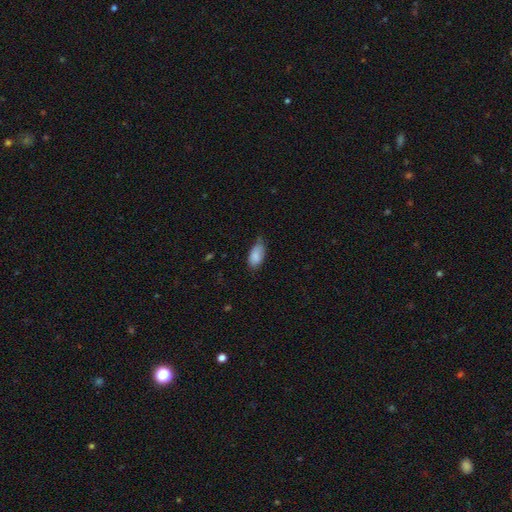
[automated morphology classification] smooth 86%, featured or disk 7%, star or artifact 7%. Down the decision tree: how rounded — in between (92%); merging — none (53%).